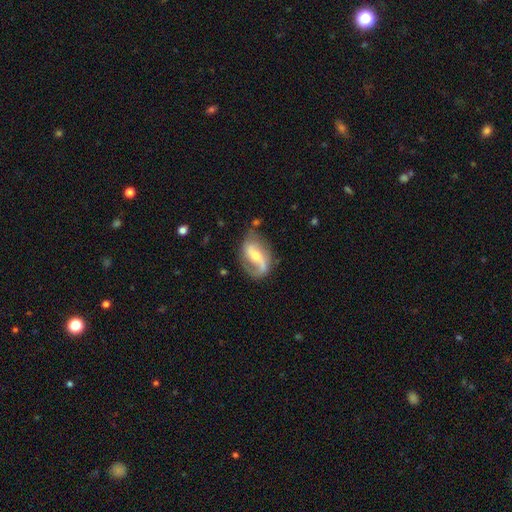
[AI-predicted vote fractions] Q: Smooth or featured?
A: featured or disk (79%); runner-up: smooth (16%)
Q: Edge-on disk?
A: no (96%); runner-up: yes (4%)
Q: Bar?
A: weak (41%); runner-up: no (32%)
Q: Spiral arms?
A: yes (91%); runner-up: no (9%)
Q: Spiral winding?
A: loose (53%); runner-up: medium (35%)
Q: Spiral arm count?
A: 2 (69%); runner-up: 1 (24%)
Q: Bulge size?
A: moderate (51%); runner-up: small (41%)
Q: Merging?
A: none (62%); runner-up: minor disturbance (22%)